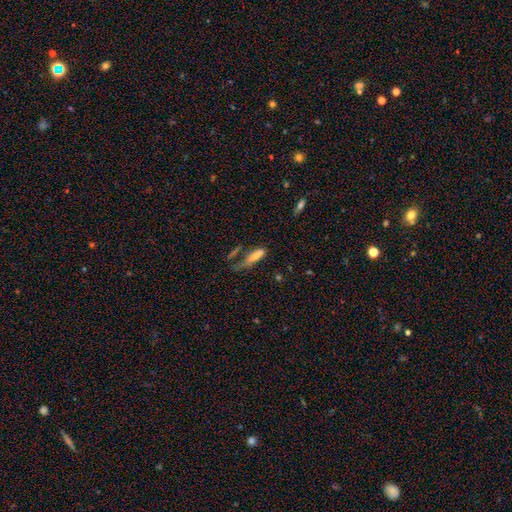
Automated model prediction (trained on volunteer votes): A smooth galaxy with no disk features (71%) that is cigar-shaped (64%). Merging: none (35%).